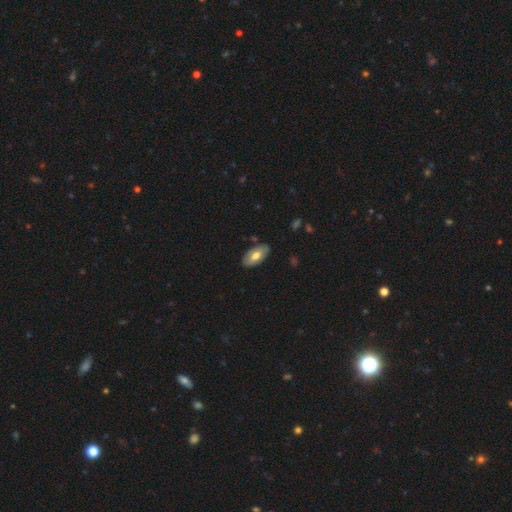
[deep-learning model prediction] This appears to be a smooth galaxy with no disk features (61%) that is in between round and cigar-shaped (94%). Merging: none (82%).